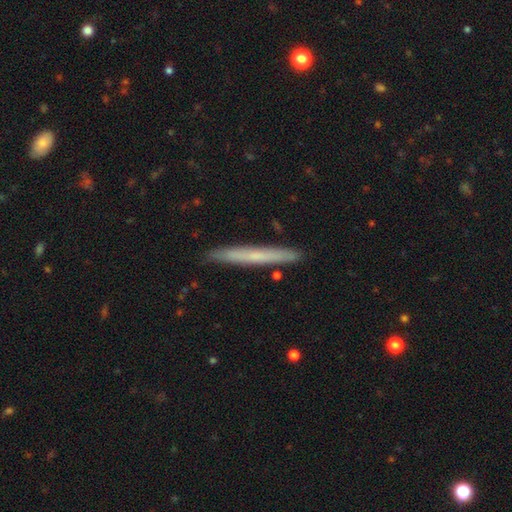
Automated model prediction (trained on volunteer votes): Smooth or featured?
  - smooth: 51% *
  - featured or disk: 43%
  - star or artifact: 6%
How rounded?
  - cigar-shaped: 97% *
  - in between: 2%
  - round: 1%
Merging?
  - none: 90% *
  - minor disturbance: 7%
  - major disturbance: 1%
  - merger: 1%